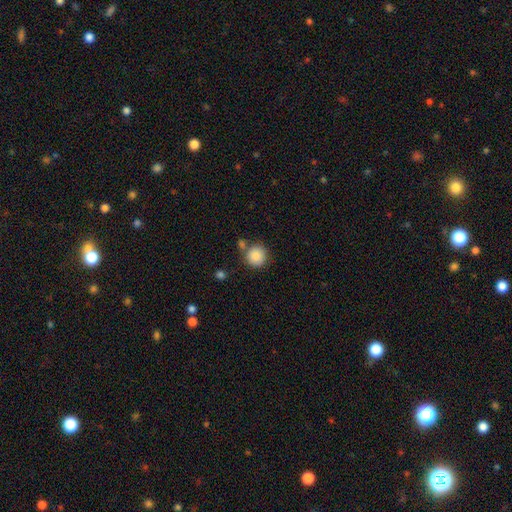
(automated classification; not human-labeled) Smooth or featured: smooth — 86% (star or artifact — 8%)
How rounded: round — 93% (in between — 6%)
Merging: none — 71% (merger — 14%)